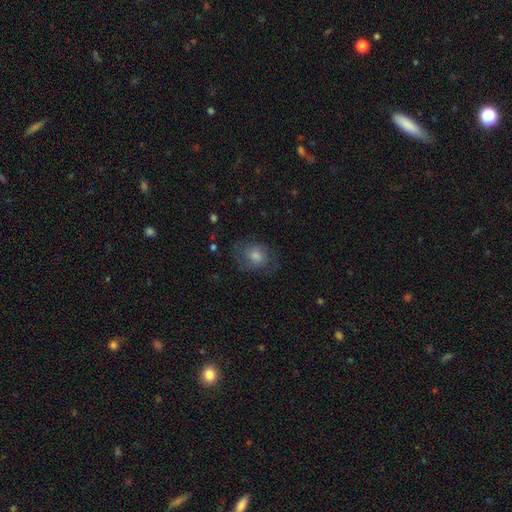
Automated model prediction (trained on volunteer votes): Smooth or featured?
  - featured or disk: 43% *
  - smooth: 42%
  - star or artifact: 14%
Merging?
  - none: 69% *
  - minor disturbance: 19%
  - major disturbance: 11%
  - merger: 1%